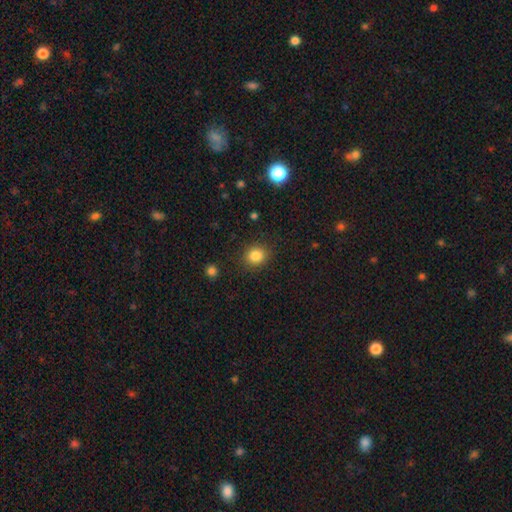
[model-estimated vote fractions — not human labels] The model was most divided on "how rounded": round: 79%, in between: 20%, cigar-shaped: 1%. More confident: merging — none (88%); smooth or featured — smooth (84%).